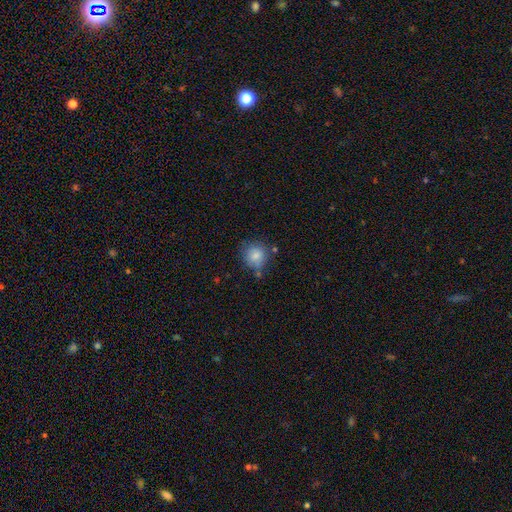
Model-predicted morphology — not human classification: A smooth galaxy with no disk features (82%) that is round (87%).

Vote fractions:
- Smooth or featured? smooth: 82% / star or artifact: 9% / featured or disk: 8%
- How rounded? round: 87% / in between: 12% / cigar-shaped: 1%
- Merging? none: 66% / minor disturbance: 20% / merger: 8% / major disturbance: 5%